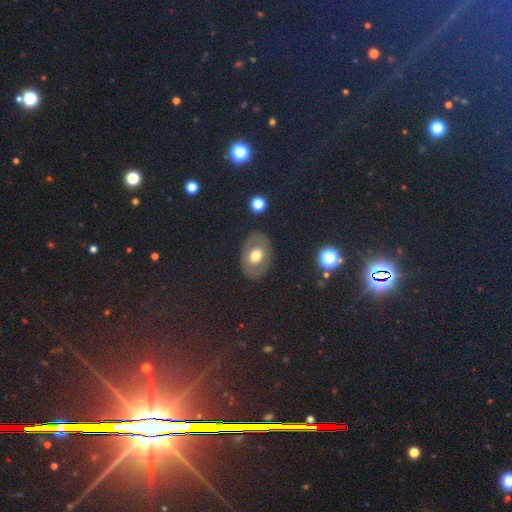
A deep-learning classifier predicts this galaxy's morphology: Smooth or featured? smooth (51%)
How rounded? in between (73%)
Merging? none (83%)